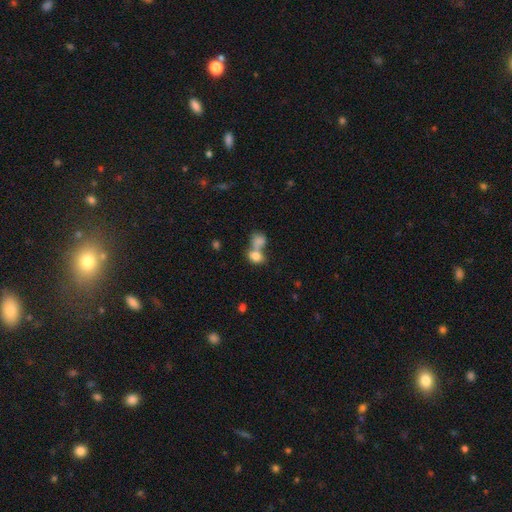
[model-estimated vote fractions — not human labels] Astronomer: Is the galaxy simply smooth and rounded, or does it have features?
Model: smooth — 78%.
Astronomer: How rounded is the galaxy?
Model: in between — 62%.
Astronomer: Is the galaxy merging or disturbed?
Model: merger — 62%.